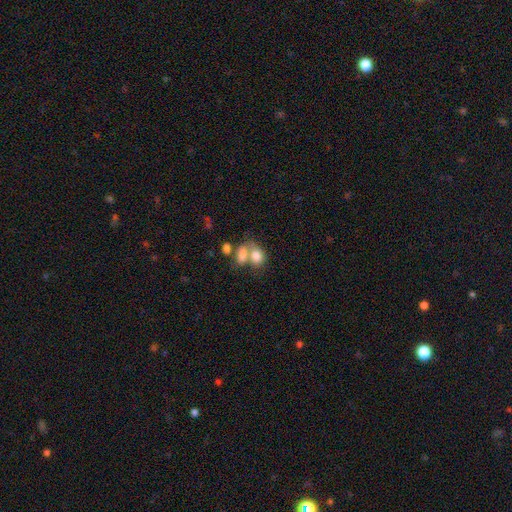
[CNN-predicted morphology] Smooth or featured? Predicted: smooth (p=0.77). How rounded? Predicted: in between (p=0.70). Merging? Predicted: merger (p=0.60).